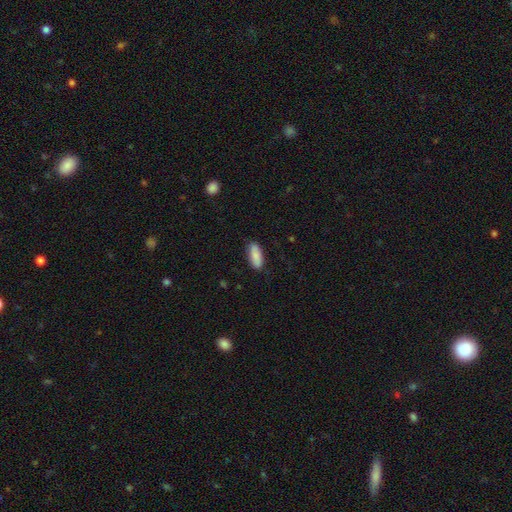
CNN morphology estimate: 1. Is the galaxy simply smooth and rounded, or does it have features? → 87% smooth, 7% featured or disk, 6% star or artifact.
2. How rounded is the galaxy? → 73% in between, 25% cigar-shaped, 2% round.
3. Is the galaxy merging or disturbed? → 85% none, 12% minor disturbance, 2% major disturbance, 1% merger.